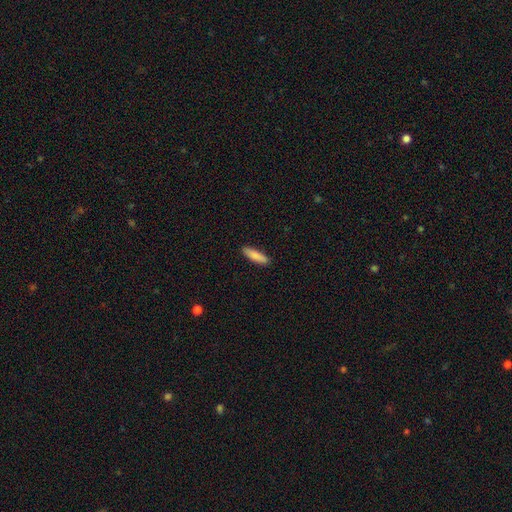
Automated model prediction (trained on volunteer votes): Smooth or featured? Predicted: smooth (p=0.87). How rounded? Predicted: cigar-shaped (p=0.69). Merging? Predicted: none (p=0.90).